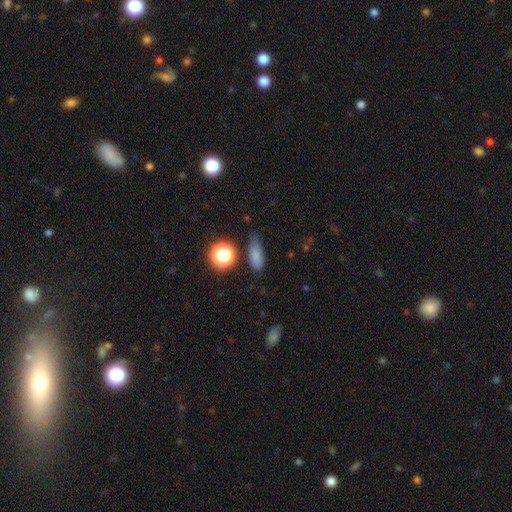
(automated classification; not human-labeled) Smooth or featured? Predicted: smooth (p=0.75). How rounded? Predicted: in between (p=0.62). Merging? Predicted: none (p=0.63).